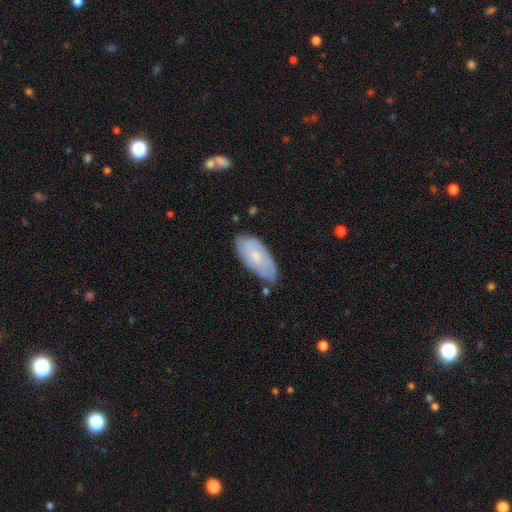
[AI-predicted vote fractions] A featured or disk galaxy (53%). Merging: none (68%).